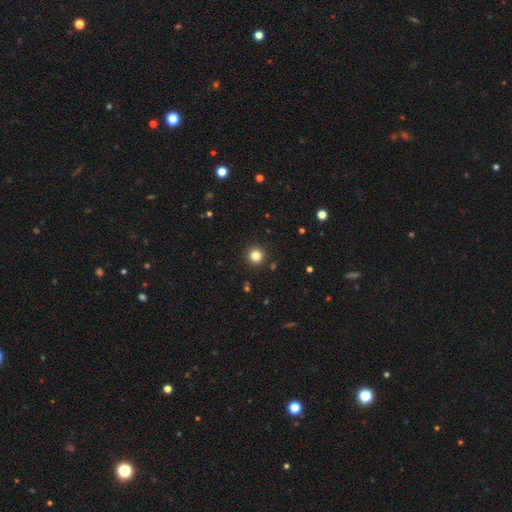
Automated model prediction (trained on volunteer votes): This appears to be a smooth galaxy with no disk features (82%) that is round (95%). Merging: none (93%).